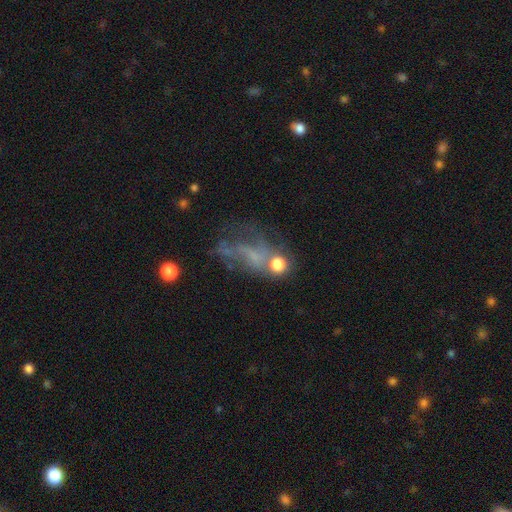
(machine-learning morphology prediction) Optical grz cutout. It shows a featured or disk galaxy (49%). Merging: major disturbance (37%).